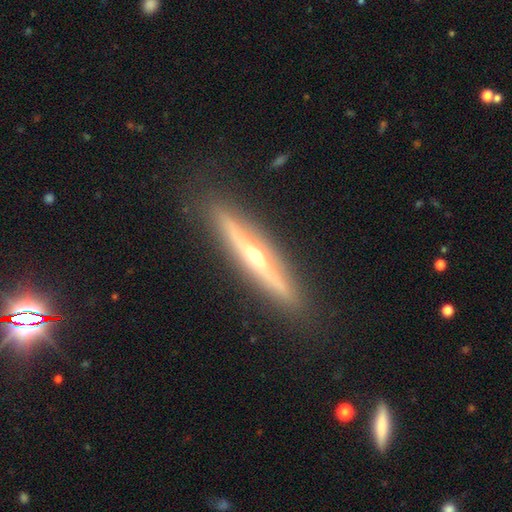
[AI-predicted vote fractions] This appears to be a featured or disk galaxy (75%) viewed edge-on (94%) with a rounded central bulge (89%). Merging: none (88%).